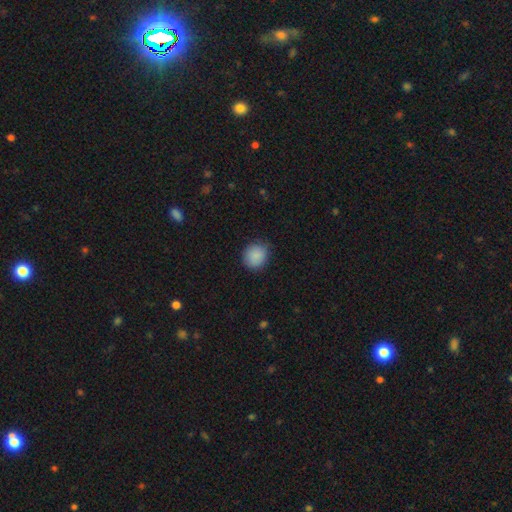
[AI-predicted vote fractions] Smooth or featured? Predicted: smooth (p=0.89). How rounded? Predicted: round (p=0.80). Merging? Predicted: none (p=0.83).